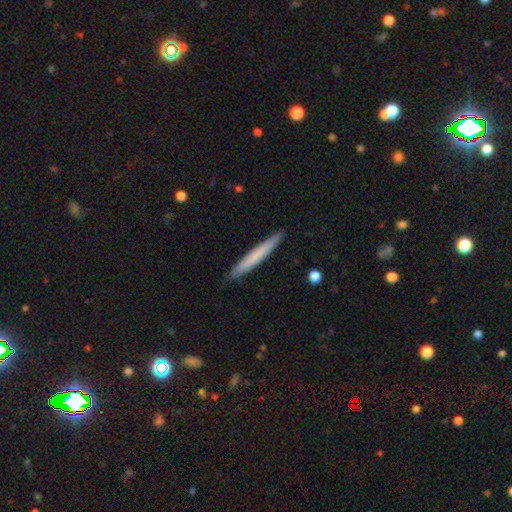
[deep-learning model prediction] Q: Smooth or featured?
A: smooth (67%); runner-up: featured or disk (28%)
Q: How rounded?
A: cigar-shaped (97%); runner-up: in between (2%)
Q: Merging?
A: none (90%); runner-up: minor disturbance (7%)